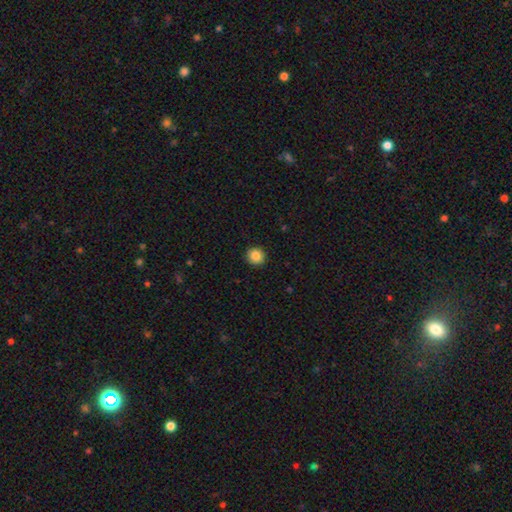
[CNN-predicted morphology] smooth-or-featured: smooth: 86% | star or artifact: 9% | featured or disk: 5%
  how-rounded: round: 91% | in between: 8% | cigar-shaped: 1%
  merging: none: 93% | minor disturbance: 5% | major disturbance: 1% | merger: 1%